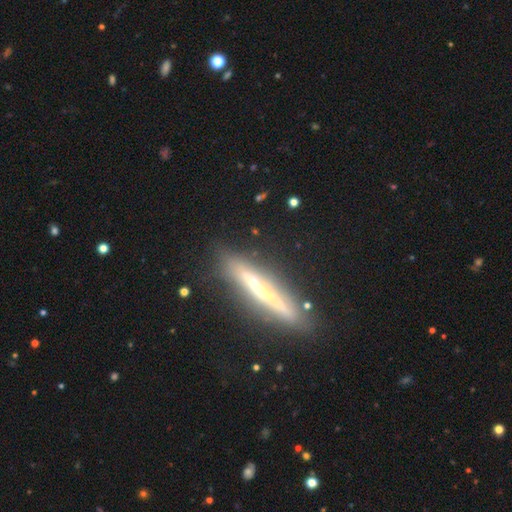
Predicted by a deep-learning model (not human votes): This is likely a featured or disk galaxy (66%). It is clearly viewed edge-on (94%). Edge-on bulge: likely none (72%). Merging: clearly none (84%).